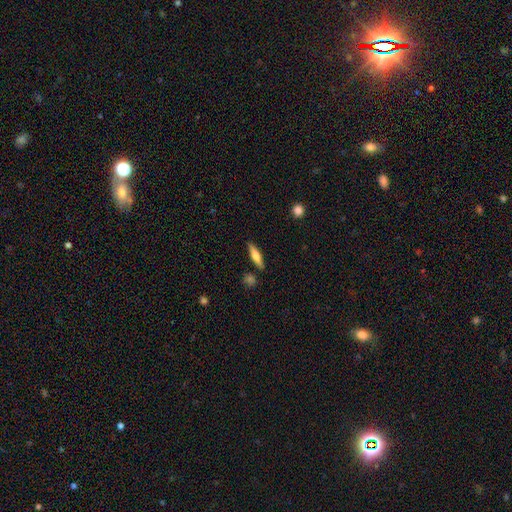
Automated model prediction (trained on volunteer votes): This is possibly a smooth galaxy (54%). How rounded: likely cigar-shaped (73%). Merging: clearly none (86%).